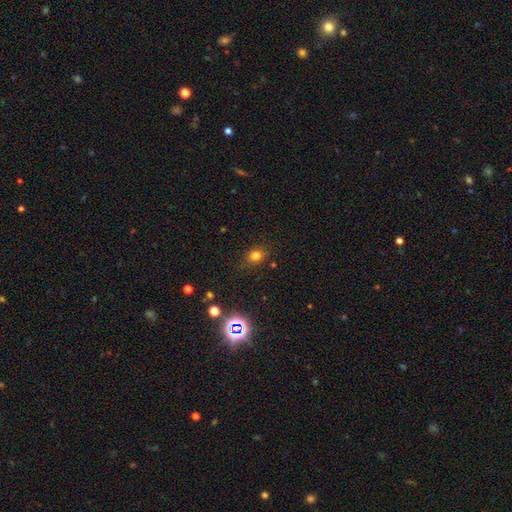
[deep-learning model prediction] A smooth galaxy with no disk features (75%) that is round (62%).

Vote fractions:
- Smooth or featured? smooth: 75% / star or artifact: 18% / featured or disk: 7%
- How rounded? round: 62% / in between: 36% / cigar-shaped: 1%
- Merging? none: 80% / minor disturbance: 14% / major disturbance: 4% / merger: 2%